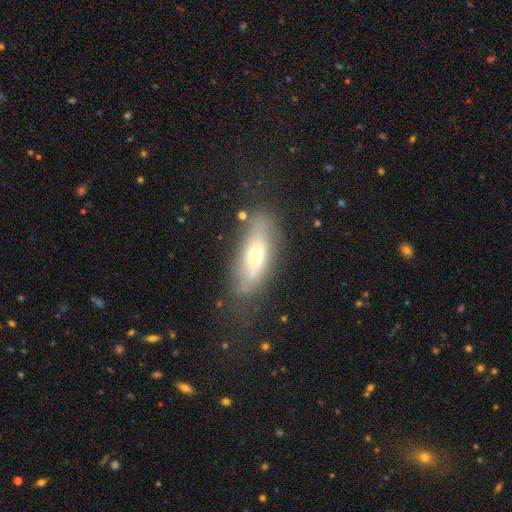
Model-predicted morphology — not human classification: This appears to be a smooth galaxy with no disk features (47%). Merging: none (64%).